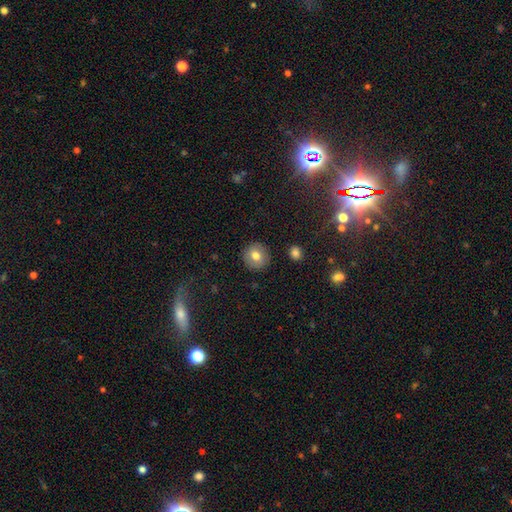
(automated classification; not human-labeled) Q: Smooth or featured?
A: smooth (77%); runner-up: featured or disk (14%)
Q: How rounded?
A: round (92%); runner-up: in between (7%)
Q: Merging?
A: none (90%); runner-up: minor disturbance (6%)